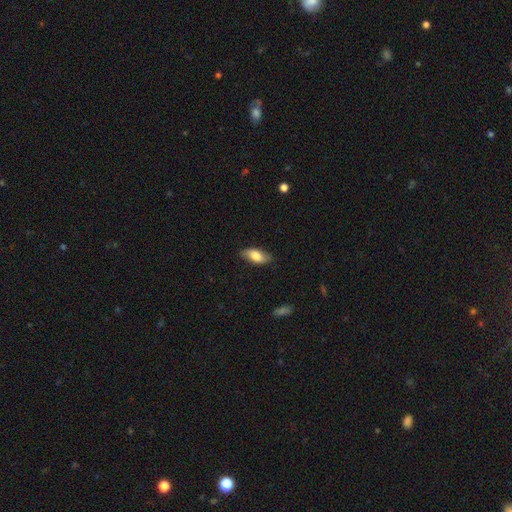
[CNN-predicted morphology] Overall: smooth (71%). How rounded: in between (85%). Merging: none (78%).